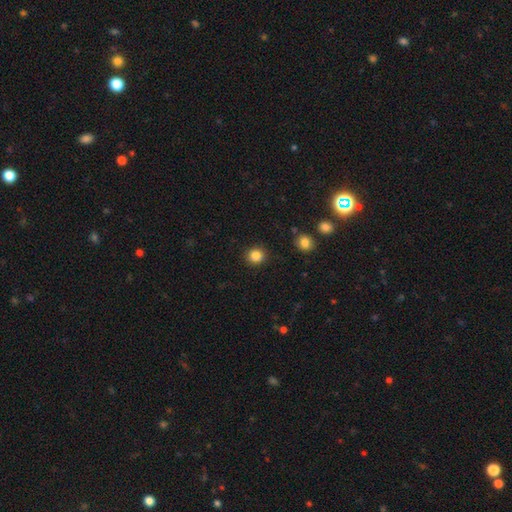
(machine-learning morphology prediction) Q: Smooth or featured?
A: smooth (85%); runner-up: star or artifact (11%)
Q: How rounded?
A: round (88%); runner-up: in between (11%)
Q: Merging?
A: none (90%); runner-up: minor disturbance (6%)